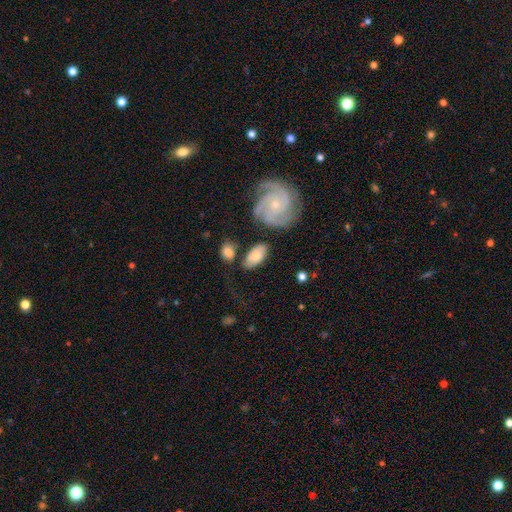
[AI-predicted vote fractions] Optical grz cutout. It shows a smooth galaxy with no disk features (59%) that is in between round and cigar-shaped (91%). Merging: none (68%).